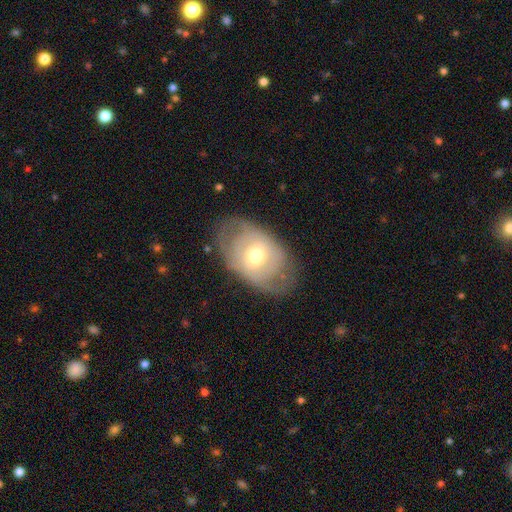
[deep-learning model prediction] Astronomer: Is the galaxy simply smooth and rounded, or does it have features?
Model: featured or disk — 57% (runner-up: smooth, 36%).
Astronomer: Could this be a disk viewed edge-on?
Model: no — 92%.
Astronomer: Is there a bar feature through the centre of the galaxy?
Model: no — 73%.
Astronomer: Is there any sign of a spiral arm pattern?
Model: yes — 50%, tied with no at 50%.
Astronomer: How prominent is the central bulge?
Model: moderate — 62%.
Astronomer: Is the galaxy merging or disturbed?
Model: none — 66%.